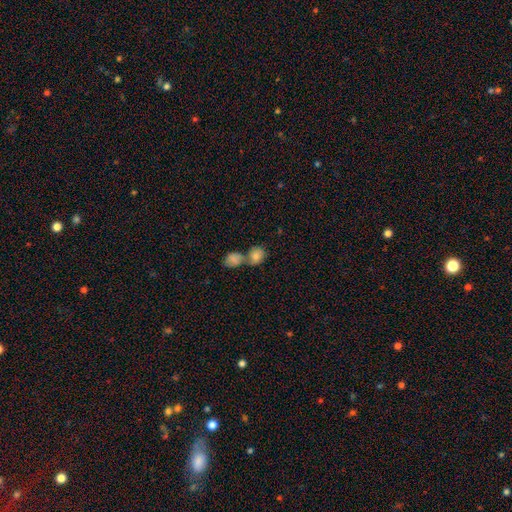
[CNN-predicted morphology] A smooth galaxy with no disk features (81%) that is round (57%).

Vote fractions:
- Smooth or featured? smooth: 81% / featured or disk: 10% / star or artifact: 9%
- How rounded? round: 57% / in between: 42% / cigar-shaped: 2%
- Merging? merger: 64% / none: 26% / minor disturbance: 7% / major disturbance: 4%